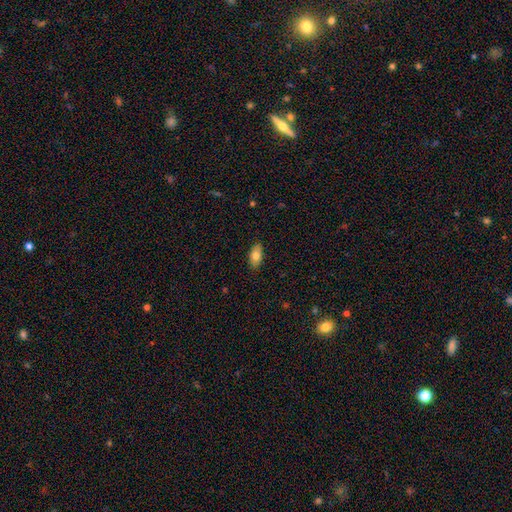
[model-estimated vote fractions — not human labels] smooth-or-featured: smooth: 78% | featured or disk: 15% | star or artifact: 7%
  how-rounded: in between: 90% | cigar-shaped: 6% | round: 4%
  merging: none: 86% | minor disturbance: 11% | major disturbance: 2% | merger: 1%